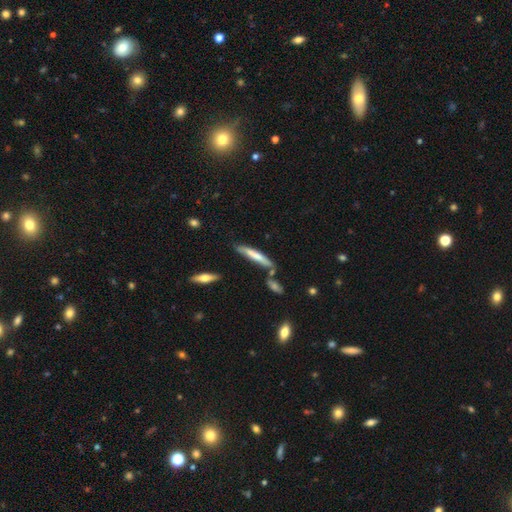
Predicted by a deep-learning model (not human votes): Overall: smooth (63%; featured or disk 31%). How rounded: cigar-shaped (90%). Merging: none (65%).